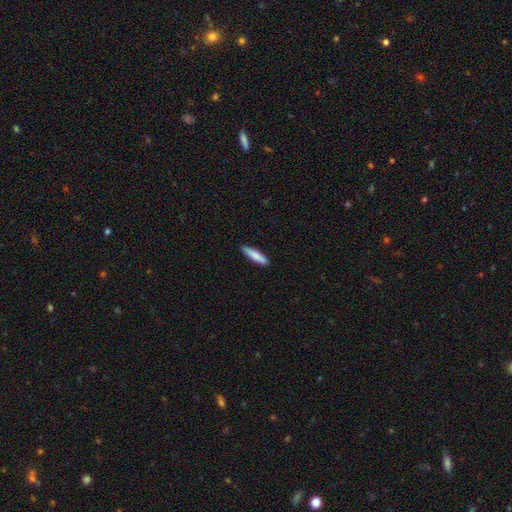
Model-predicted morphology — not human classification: Overall: smooth (81%). How rounded: cigar-shaped (83%). Merging: none (89%).